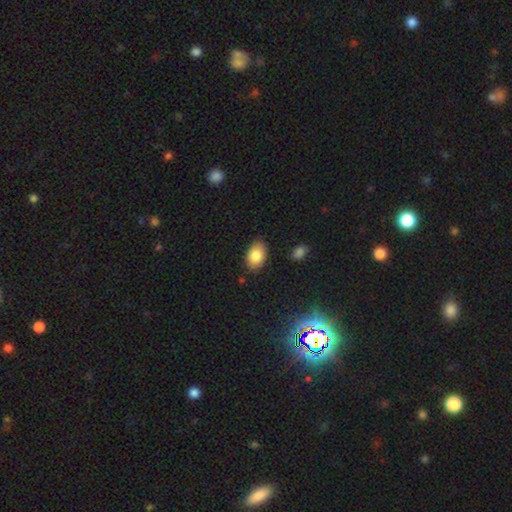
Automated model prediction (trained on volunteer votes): The model was most divided on "merging": none: 84%, minor disturbance: 12%, major disturbance: 2%, merger: 2%. More confident: how rounded — in between (87%); smooth or featured — smooth (85%).